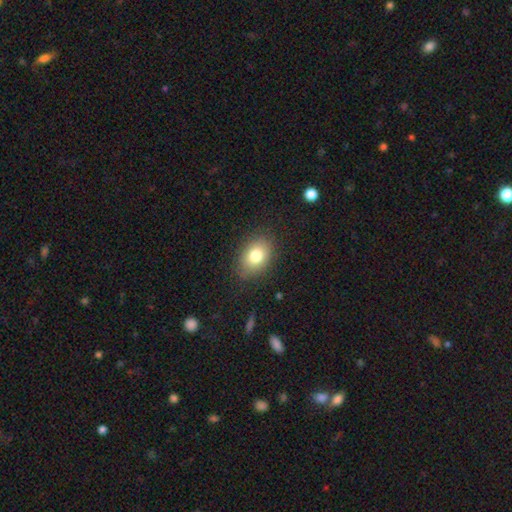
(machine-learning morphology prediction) Overall: smooth (79%). How rounded: in between (76%). Merging: none (84%).